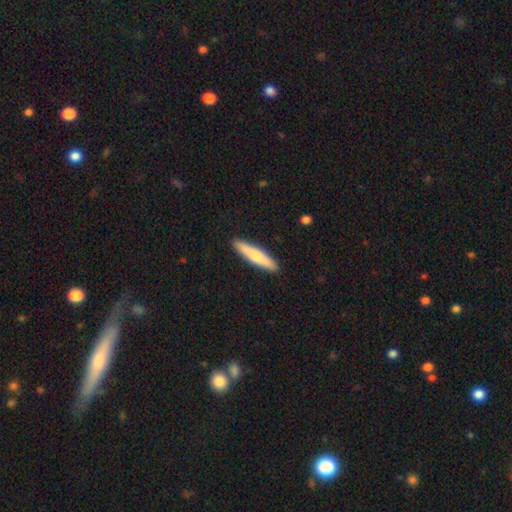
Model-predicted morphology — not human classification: Smooth or featured: smooth — 67% (featured or disk — 28%)
How rounded: cigar-shaped — 89% (in between — 10%)
Merging: none — 92% (minor disturbance — 6%)